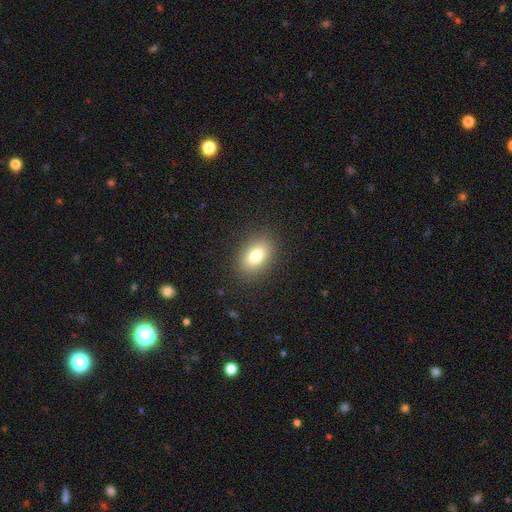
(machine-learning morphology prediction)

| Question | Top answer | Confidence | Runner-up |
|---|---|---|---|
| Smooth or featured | smooth | 79% | featured or disk (11%) |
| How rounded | in between | 84% | round (14%) |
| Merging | none | 87% | minor disturbance (8%) |